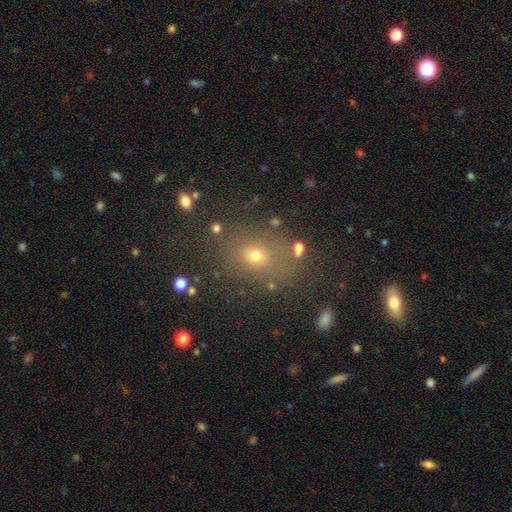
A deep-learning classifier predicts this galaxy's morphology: smooth_or_featured: smooth (p=0.62) [alt: star or artifact p=0.25]
how_rounded: round (p=0.50) [alt: in between p=0.48]
merging: none (p=0.78) [alt: minor disturbance p=0.12]